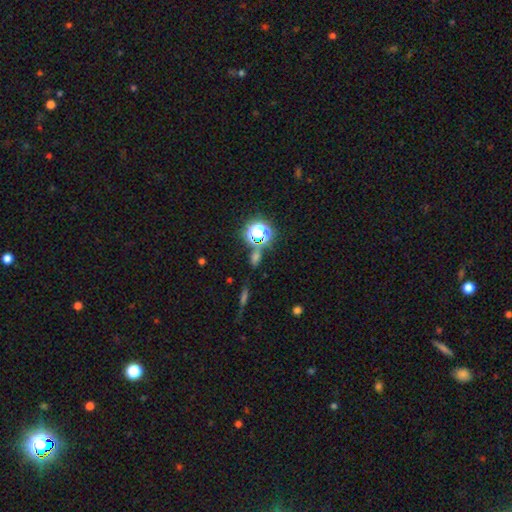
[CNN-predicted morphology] Q: Smooth or featured?
A: star or artifact (50%); runner-up: smooth (39%)